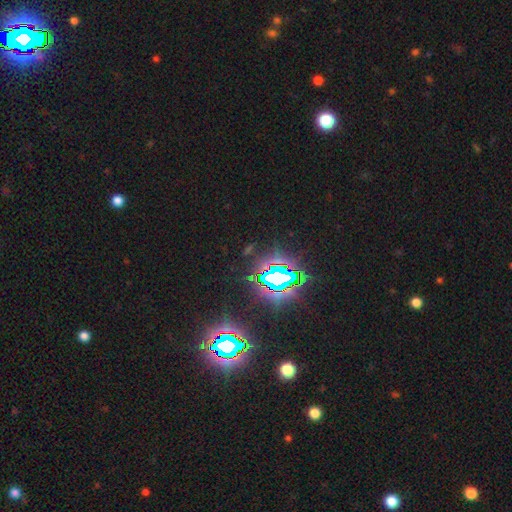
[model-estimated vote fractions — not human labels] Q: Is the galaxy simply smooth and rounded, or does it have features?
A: star or artifact — 84%.